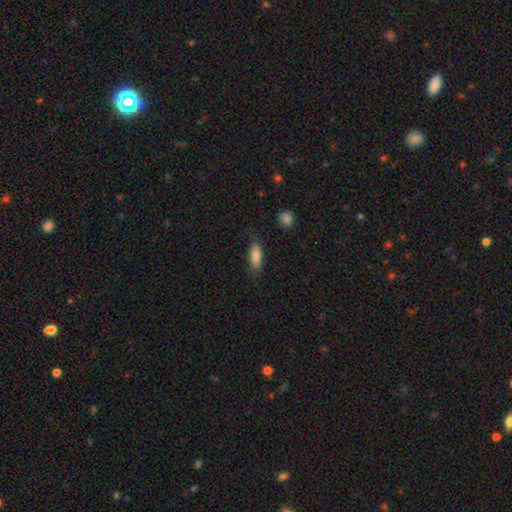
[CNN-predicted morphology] Smooth or featured: smooth — 83% (featured or disk — 10%)
How rounded: in between — 66% (cigar-shaped — 32%)
Merging: none — 79% (minor disturbance — 16%)